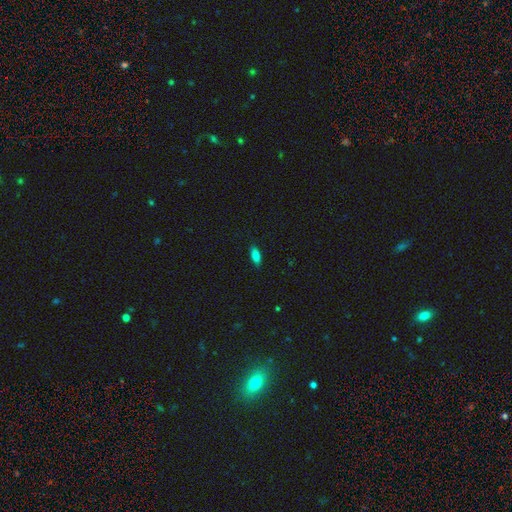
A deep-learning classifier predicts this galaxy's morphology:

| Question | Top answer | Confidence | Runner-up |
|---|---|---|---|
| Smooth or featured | smooth | 80% | featured or disk (11%) |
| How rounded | in between | 78% | cigar-shaped (19%) |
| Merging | none | 87% | minor disturbance (10%) |